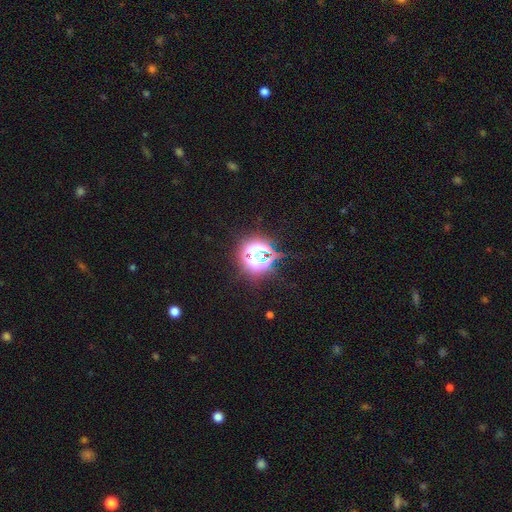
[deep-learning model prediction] This is likely a star or artifact rather than a galaxy (61%).